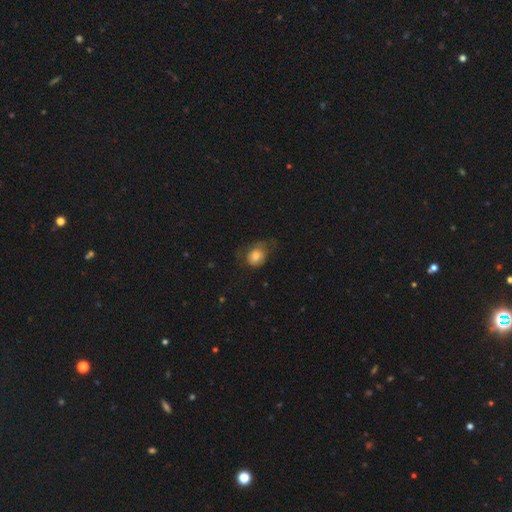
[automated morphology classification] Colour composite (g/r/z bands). It shows a smooth galaxy with no disk features (75%) that is in between round and cigar-shaped (56%). Merging: none (43%).